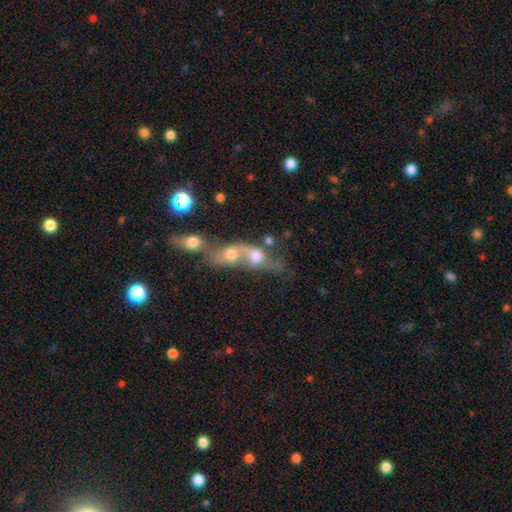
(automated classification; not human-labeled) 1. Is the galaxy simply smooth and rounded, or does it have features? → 53% smooth, 35% featured or disk, 12% star or artifact.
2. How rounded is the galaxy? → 47% round, 46% in between, 7% cigar-shaped.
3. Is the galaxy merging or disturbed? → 76% merger, 13% none, 7% major disturbance, 5% minor disturbance.